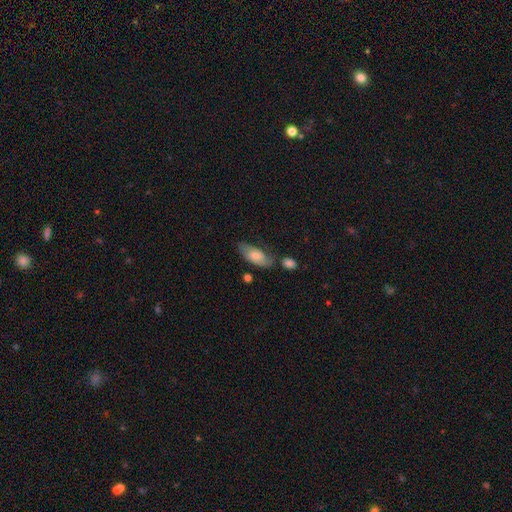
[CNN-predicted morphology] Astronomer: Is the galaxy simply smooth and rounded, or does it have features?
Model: smooth — 65%.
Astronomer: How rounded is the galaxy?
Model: in between — 86%.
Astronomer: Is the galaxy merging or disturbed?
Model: none — 58%.